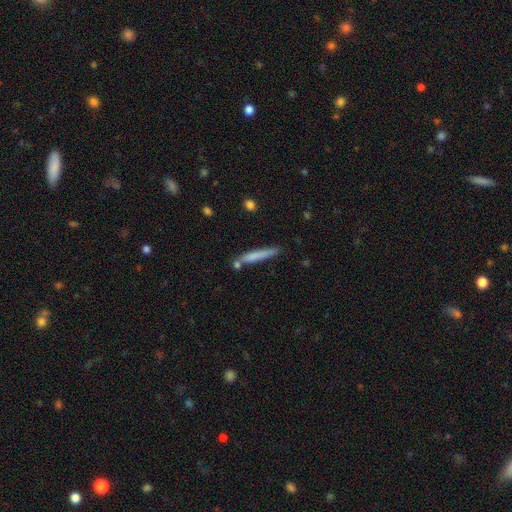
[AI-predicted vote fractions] smooth-or-featured: smooth: 69% | featured or disk: 25% | star or artifact: 6%
  how-rounded: cigar-shaped: 95% | in between: 4% | round: 1%
  merging: none: 74% | minor disturbance: 15% | merger: 8% | major disturbance: 3%